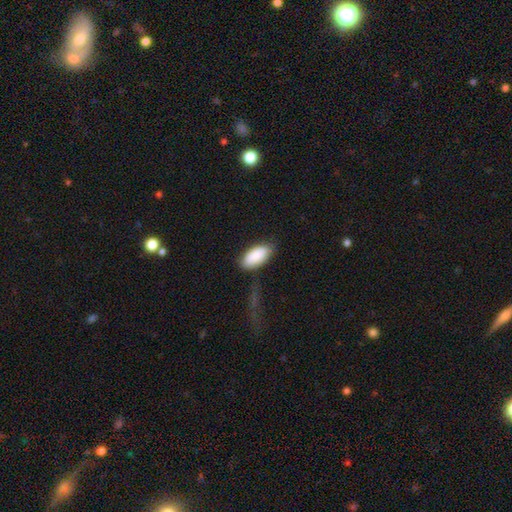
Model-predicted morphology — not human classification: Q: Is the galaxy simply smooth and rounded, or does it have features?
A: smooth — 87%.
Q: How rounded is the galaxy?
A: in between — 91%.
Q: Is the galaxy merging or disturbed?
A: none — 69%.